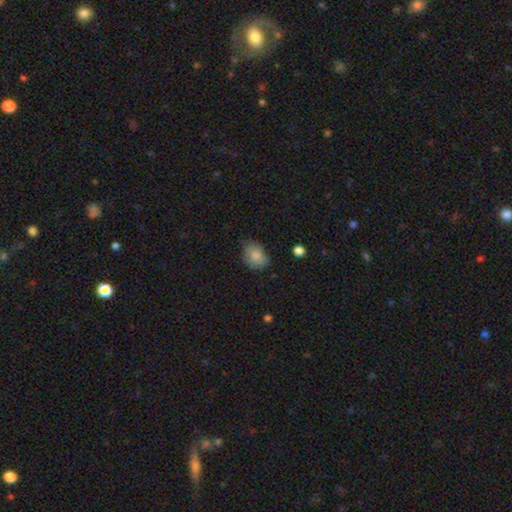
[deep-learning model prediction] This appears to be a smooth galaxy with no disk features (80%) that is in between round and cigar-shaped (64%). Merging: none (49%).